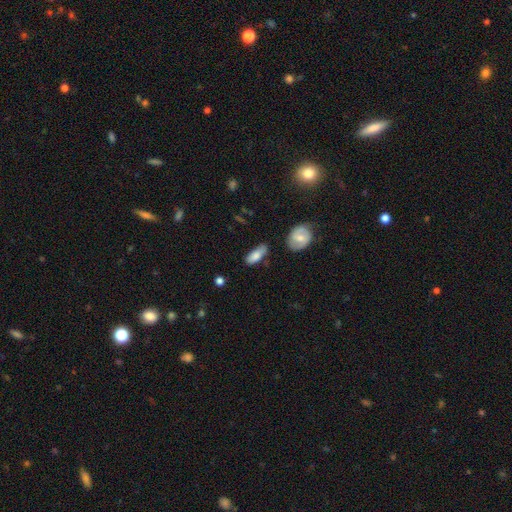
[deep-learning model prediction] The model was most divided on "merging": none: 61%, minor disturbance: 27%, major disturbance: 6%, merger: 5%. More confident: how rounded — in between (81%); smooth or featured — smooth (79%).